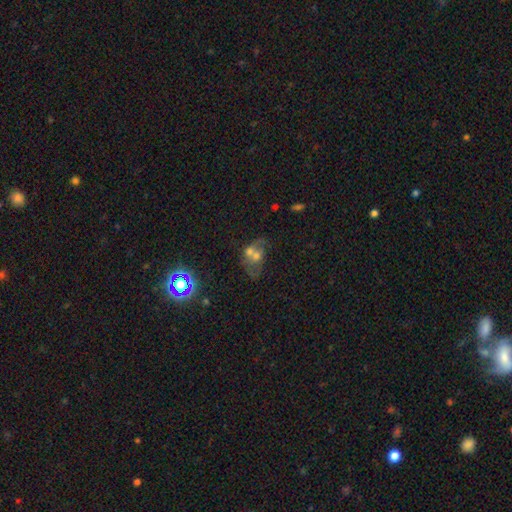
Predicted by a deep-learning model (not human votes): A featured or disk galaxy (40%). Merging: merger (57%).